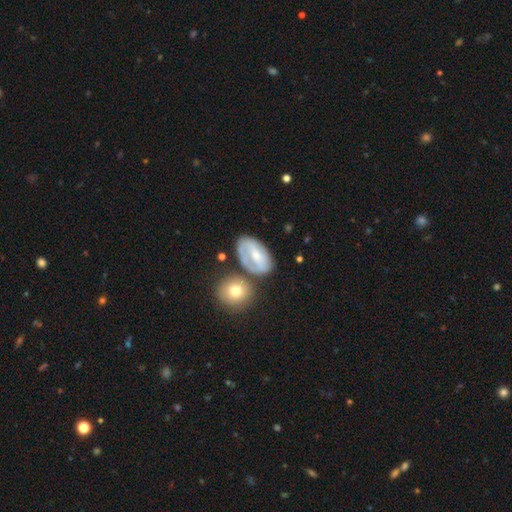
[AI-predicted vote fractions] smooth-or-featured: featured or disk: 50% | smooth: 43% | star or artifact: 7%
  disk-edge-on: no: 93% | yes: 7%
  merging: none: 53% | minor disturbance: 23% | merger: 13% | major disturbance: 11%